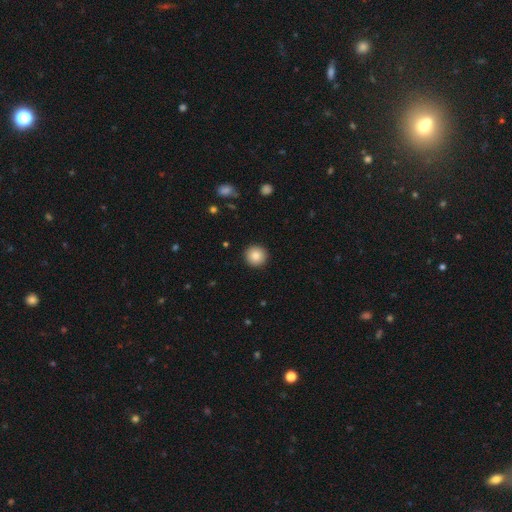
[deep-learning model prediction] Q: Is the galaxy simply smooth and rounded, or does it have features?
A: smooth — 86%.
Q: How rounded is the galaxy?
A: round — 95%.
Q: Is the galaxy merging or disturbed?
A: none — 93%.